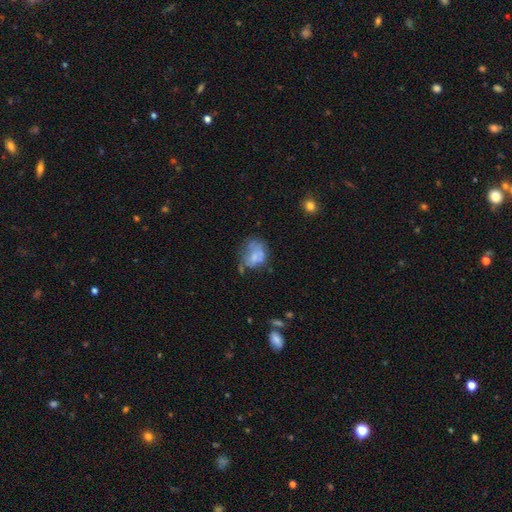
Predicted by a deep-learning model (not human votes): Overall: smooth (47%; featured or disk 42%). Merging: none (34%; major disturbance 28%).